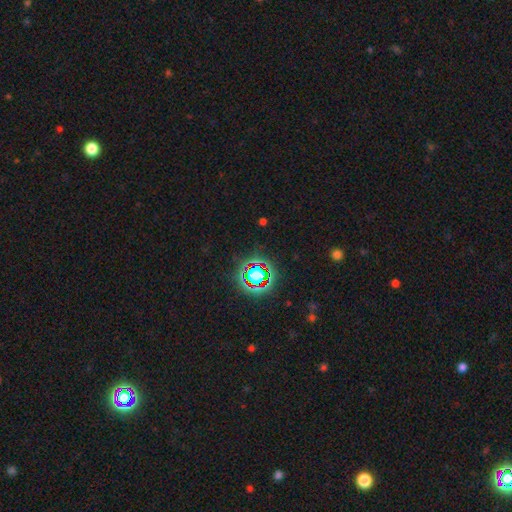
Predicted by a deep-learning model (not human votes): Morphology: type=star or artifact (80%).